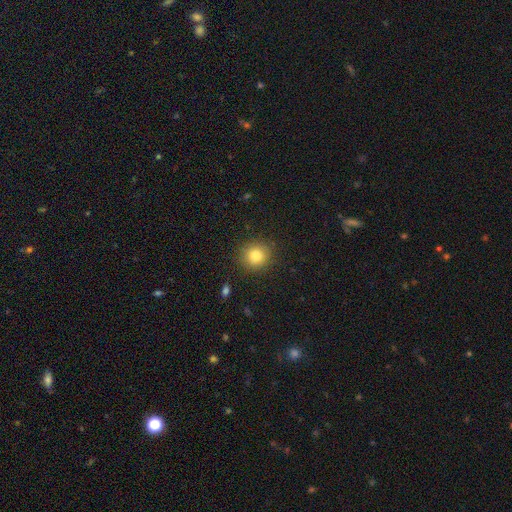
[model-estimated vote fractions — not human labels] smooth_or_featured: smooth (p=0.81) [alt: star or artifact p=0.12]
how_rounded: round (p=0.89) [alt: in between p=0.10]
merging: none (p=0.89) [alt: minor disturbance p=0.08]